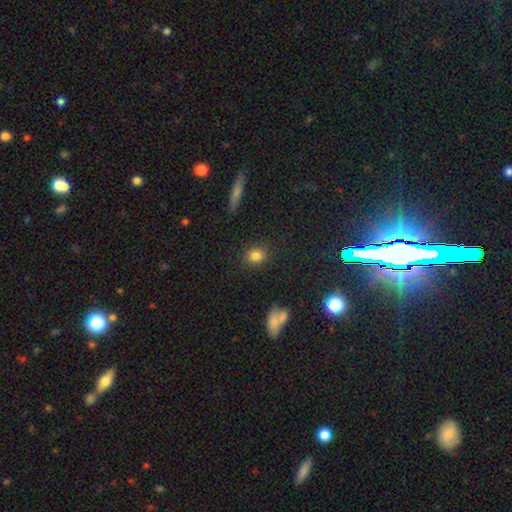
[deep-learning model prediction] The model was most divided on "how rounded": round: 62%, in between: 37%, cigar-shaped: 2%. More confident: merging — none (85%); smooth or featured — smooth (82%).